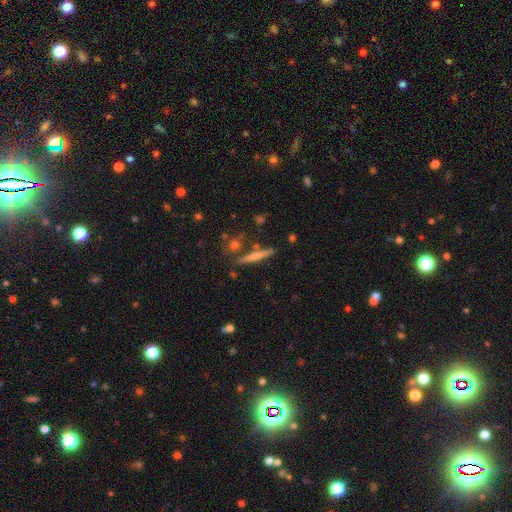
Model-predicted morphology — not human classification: A featured or disk galaxy (54%) viewed edge-on (96%) with a rounded central bulge (52%).

Vote fractions:
- Smooth or featured? featured or disk: 54% / smooth: 37% / star or artifact: 9%
- Edge-on disk? yes: 96% / no: 4%
- Edge-on bulge? rounded: 52% / none: 39% / boxy: 9%
- Merging? none: 83% / minor disturbance: 9% / merger: 6% / major disturbance: 2%